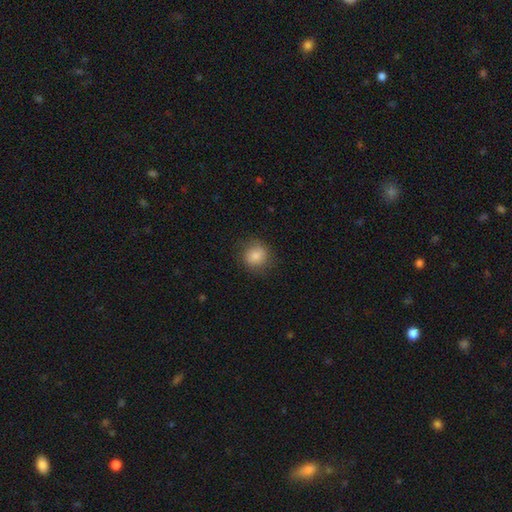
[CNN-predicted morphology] type=smooth (83%); roundness=round (85%); merging=none (83%).